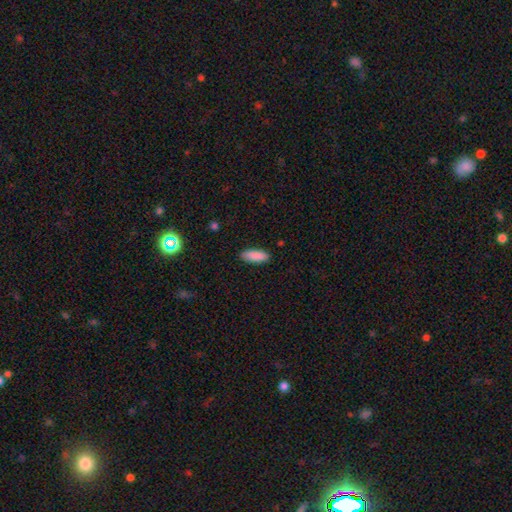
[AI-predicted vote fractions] The model was most divided on "how rounded": in between: 69%, cigar-shaped: 30%, round: 2%. More confident: smooth or featured — smooth (89%); merging — none (88%).